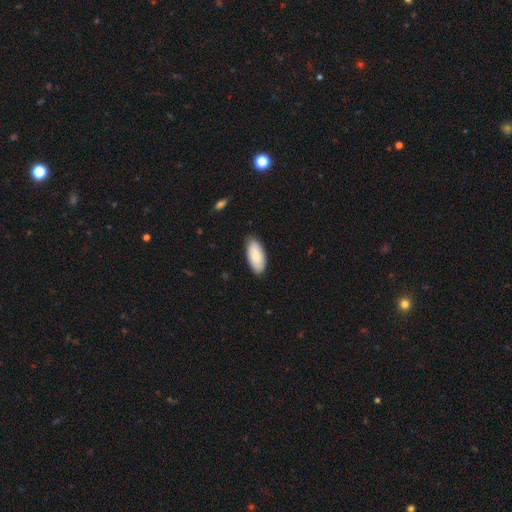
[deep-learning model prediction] Smooth or featured: smooth — 88% (featured or disk — 7%)
How rounded: in between — 90% (cigar-shaped — 8%)
Merging: none — 86% (minor disturbance — 11%)